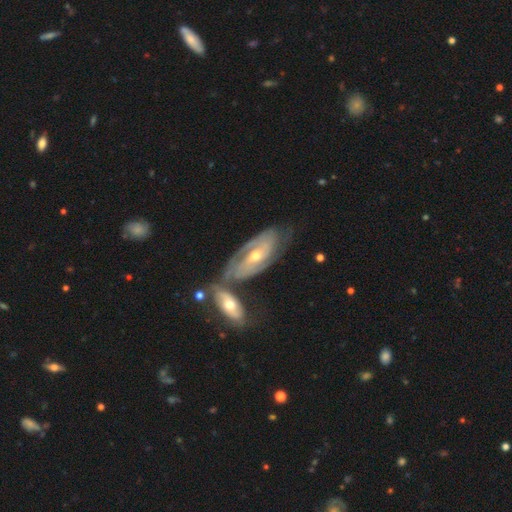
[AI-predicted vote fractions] The model was most divided on "bulge size": moderate: 52%, small: 45%, large: 2%, none: 1%, dominant: 1%. Remaining: spiral arms — yes (92%); edge-on disk — no (91%); smooth or featured — featured or disk (84%); spiral winding — tight (59%); spiral arm count — 2 (53%); bar — no (52%); merging — none (47%).